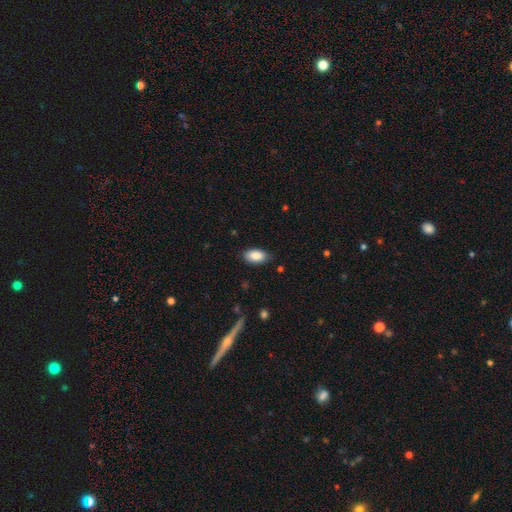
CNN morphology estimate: A smooth galaxy with no disk features (88%) that is in between round and cigar-shaped (94%).

Vote fractions:
- Smooth or featured? smooth: 88% / star or artifact: 7% / featured or disk: 5%
- How rounded? in between: 94% / round: 4% / cigar-shaped: 3%
- Merging? none: 82% / minor disturbance: 14% / major disturbance: 3% / merger: 1%